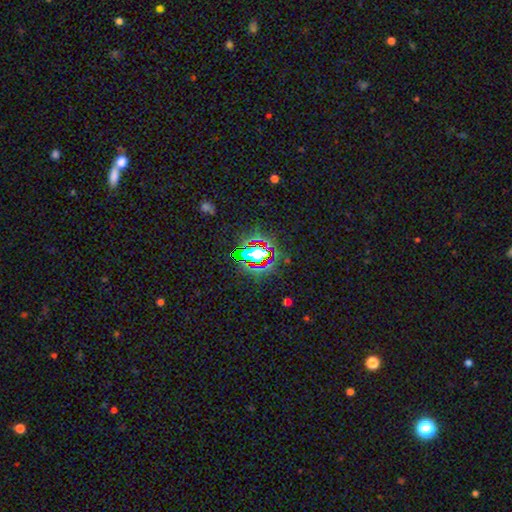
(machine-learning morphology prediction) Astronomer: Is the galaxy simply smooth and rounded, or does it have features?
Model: star or artifact — 65%.